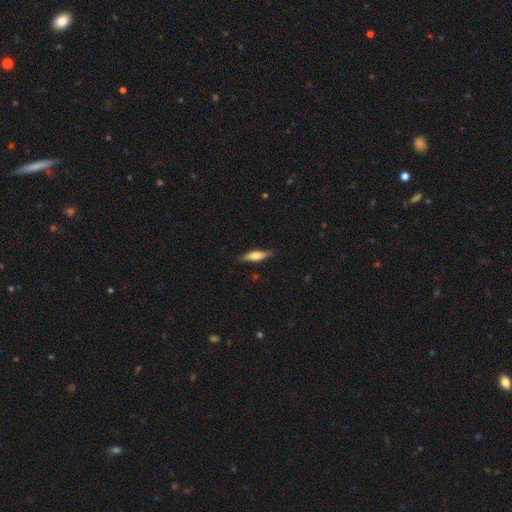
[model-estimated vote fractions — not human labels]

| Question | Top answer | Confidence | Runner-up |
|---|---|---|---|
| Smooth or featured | smooth | 58% | featured or disk (36%) |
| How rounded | cigar-shaped | 64% | in between (34%) |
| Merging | none | 85% | minor disturbance (12%) |